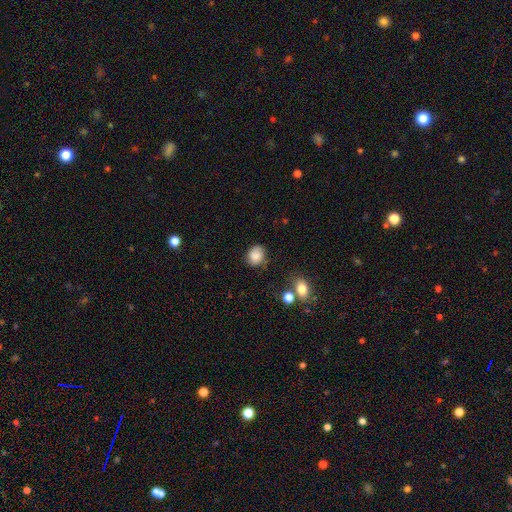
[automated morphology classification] smooth-or-featured: smooth: 80% | featured or disk: 11% | star or artifact: 9%
  how-rounded: round: 57% | in between: 42% | cigar-shaped: 1%
  merging: none: 64% | minor disturbance: 25% | major disturbance: 7% | merger: 4%